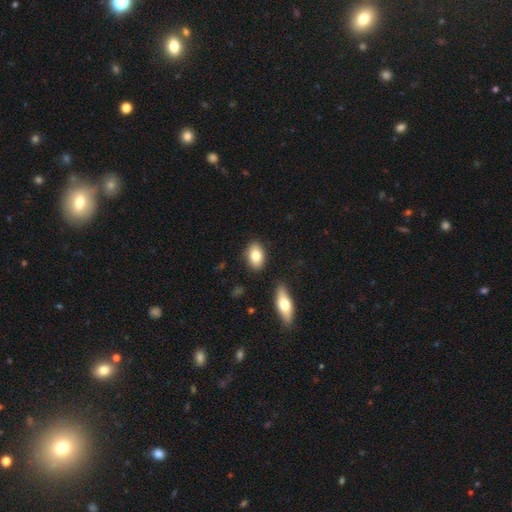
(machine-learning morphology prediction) A smooth galaxy with no disk features (81%) that is in between round and cigar-shaped (88%). Merging: none (86%).